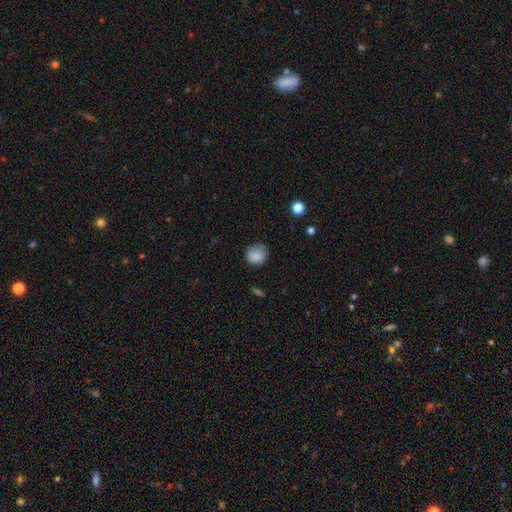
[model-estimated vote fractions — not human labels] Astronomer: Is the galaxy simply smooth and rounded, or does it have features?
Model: smooth — 86%.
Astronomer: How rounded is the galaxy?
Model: round — 81%.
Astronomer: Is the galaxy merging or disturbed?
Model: none — 72%.